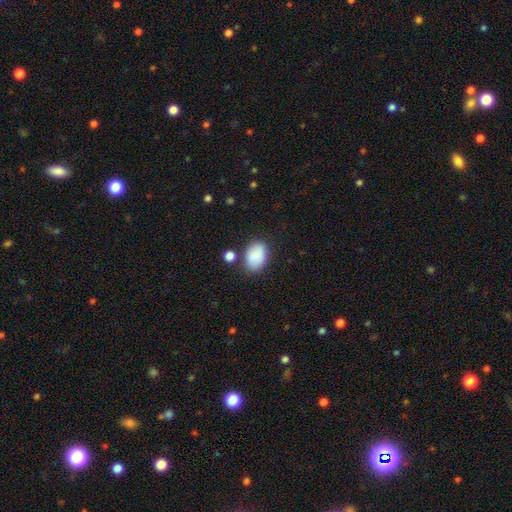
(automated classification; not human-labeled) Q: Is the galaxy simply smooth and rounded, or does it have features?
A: smooth — 86%.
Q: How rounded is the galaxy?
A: in between — 82%.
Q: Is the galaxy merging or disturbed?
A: none — 74%.